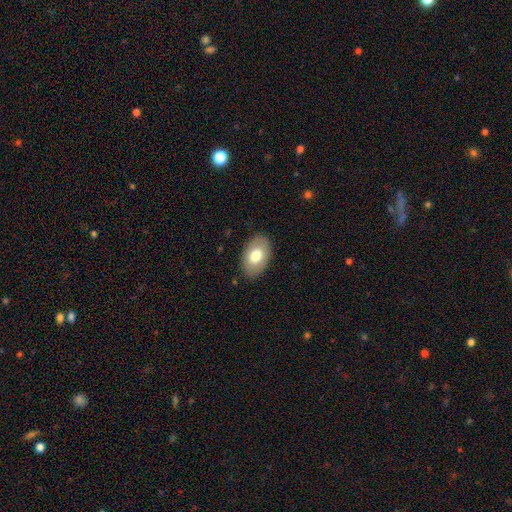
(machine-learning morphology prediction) Smooth or featured: smooth — 74% (featured or disk — 20%)
How rounded: in between — 91% (round — 8%)
Merging: none — 86% (minor disturbance — 10%)